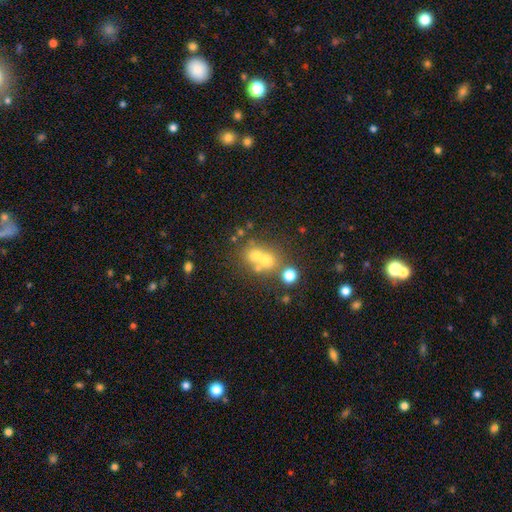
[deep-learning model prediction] Overall: smooth (60%; featured or disk 22%). How rounded: round (76%). Merging: merger (50%; none 38%).